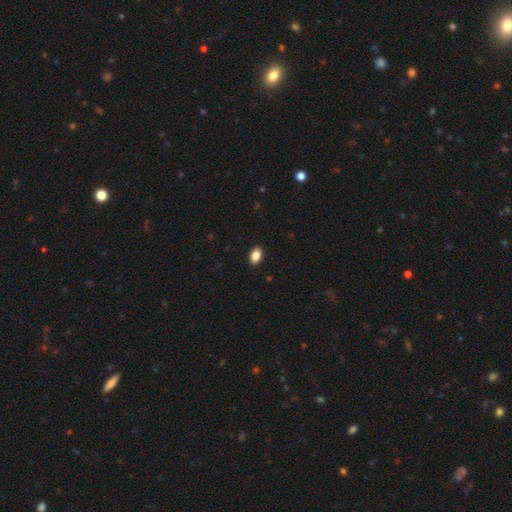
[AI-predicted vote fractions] Morphology: type=smooth (87%); roundness=in between (90%); merging=none (90%).